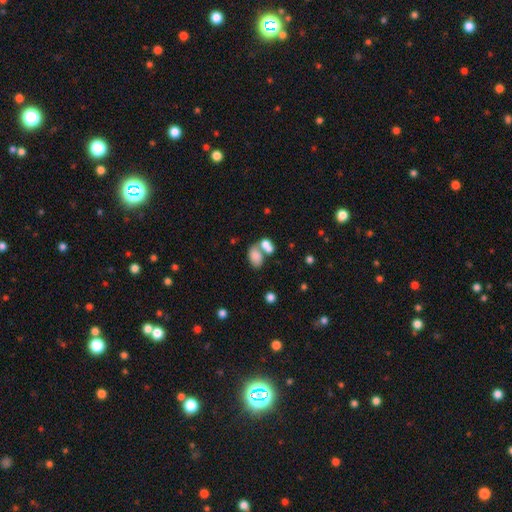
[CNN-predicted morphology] Smooth or featured? Predicted: smooth (p=0.78). How rounded? Predicted: in between (p=0.88). Merging? Predicted: merger (p=0.53).